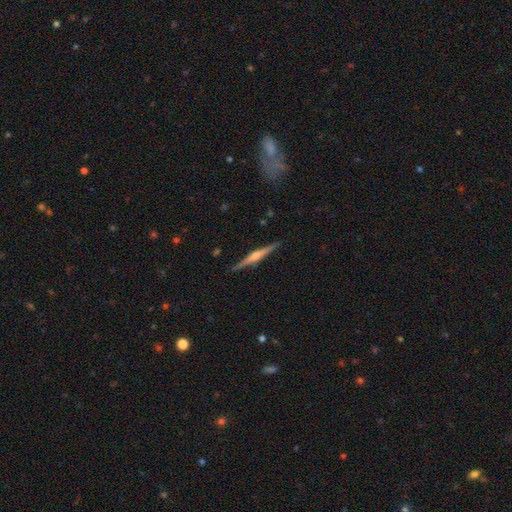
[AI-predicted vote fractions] This appears to be a featured or disk galaxy (80%) viewed edge-on (99%) with a rounded central bulge (83%). Merging: none (92%).